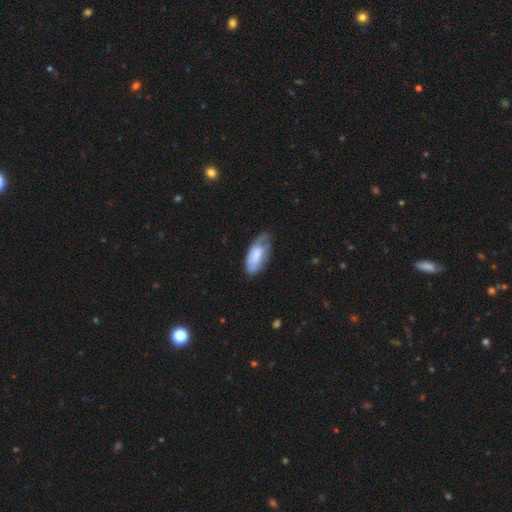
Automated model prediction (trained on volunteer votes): Smooth or featured: smooth — 62% (featured or disk — 31%)
How rounded: in between — 88% (cigar-shaped — 10%)
Merging: none — 41% (minor disturbance — 38%)